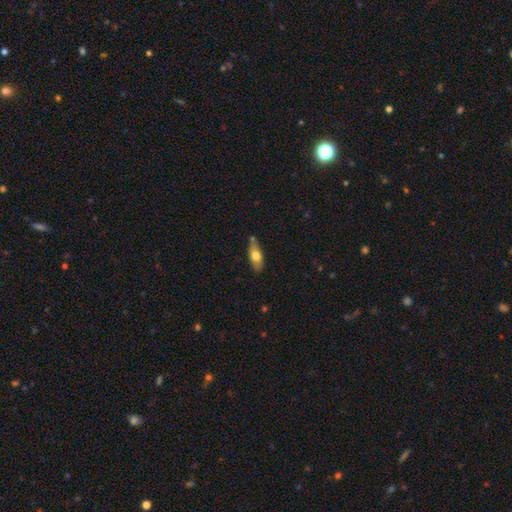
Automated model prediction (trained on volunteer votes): smooth_or_featured: smooth (p=0.64) [alt: featured or disk p=0.30]
how_rounded: in between (p=0.70) [alt: cigar-shaped p=0.26]
merging: none (p=0.68) [alt: minor disturbance p=0.20]